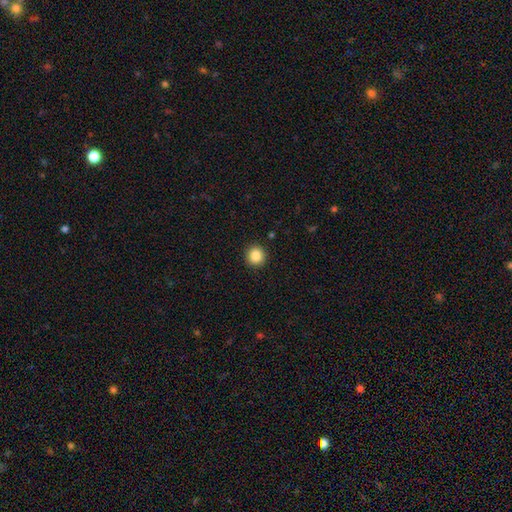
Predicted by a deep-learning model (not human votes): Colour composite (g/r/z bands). It shows a smooth galaxy with no disk features (86%) that is round (93%). Merging: none (93%).